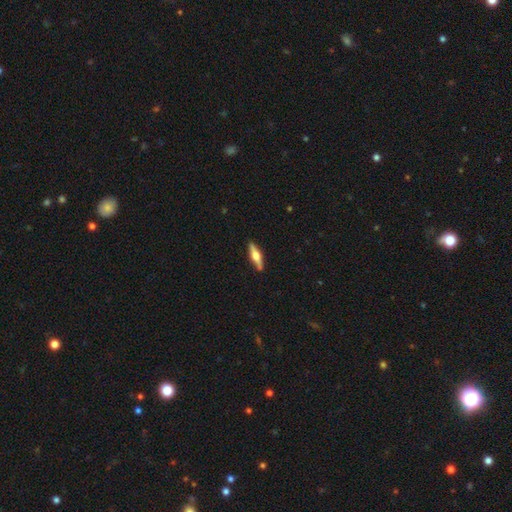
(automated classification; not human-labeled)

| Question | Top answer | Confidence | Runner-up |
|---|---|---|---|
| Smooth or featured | featured or disk | 63% | smooth (32%) |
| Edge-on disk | yes | 96% | no (4%) |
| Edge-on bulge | rounded | 93% | boxy (5%) |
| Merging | none | 89% | minor disturbance (8%) |